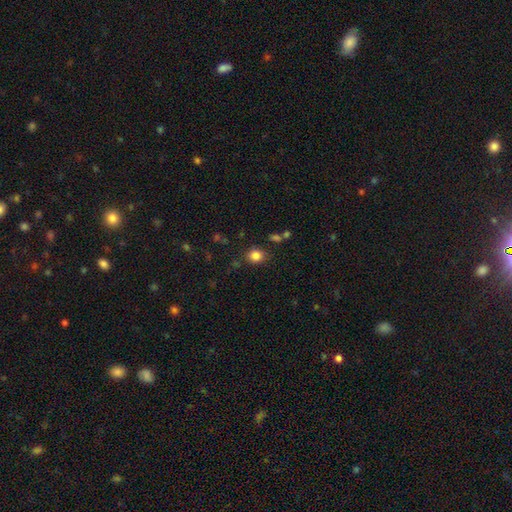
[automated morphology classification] This appears to be a smooth galaxy with no disk features (83%) that is round (73%). Merging: none (82%).